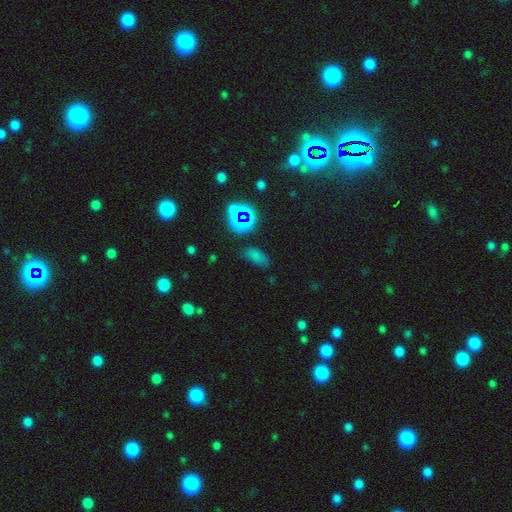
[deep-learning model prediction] A smooth galaxy with no disk features (63%) that is in between round and cigar-shaped (83%).

Vote fractions:
- Smooth or featured? smooth: 63% / star or artifact: 29% / featured or disk: 8%
- How rounded? in between: 83% / cigar-shaped: 9% / round: 8%
- Merging? none: 68% / minor disturbance: 19% / major disturbance: 8% / merger: 5%